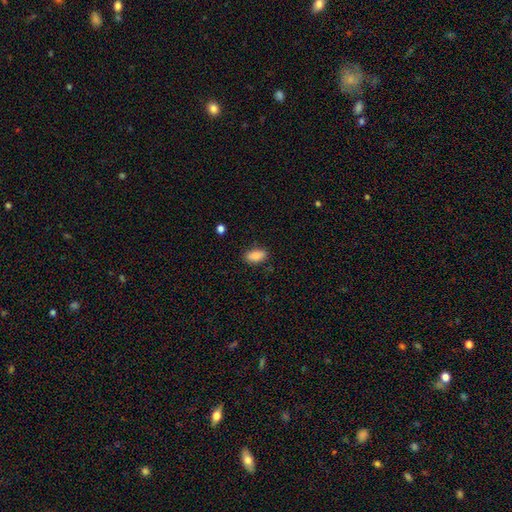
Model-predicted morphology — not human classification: A smooth galaxy with no disk features (87%) that is in between round and cigar-shaped (90%).

Vote fractions:
- Smooth or featured? smooth: 87% / star or artifact: 7% / featured or disk: 6%
- How rounded? in between: 90% / cigar-shaped: 6% / round: 4%
- Merging? none: 85% / minor disturbance: 11% / major disturbance: 2% / merger: 1%